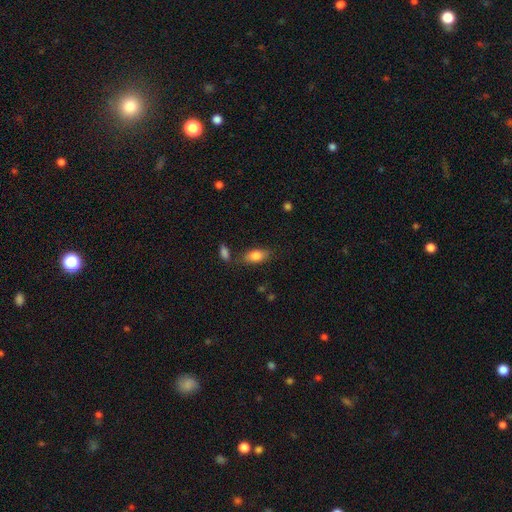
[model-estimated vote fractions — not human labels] smooth 81%, featured or disk 12%, star or artifact 7%. Down the decision tree: how rounded — in between (87%); merging — none (75%).